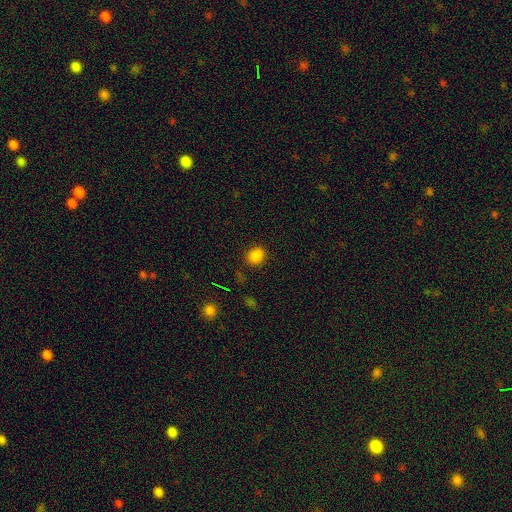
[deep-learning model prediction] Q: Smooth or featured?
A: smooth (81%); runner-up: star or artifact (15%)
Q: How rounded?
A: round (56%); runner-up: in between (43%)
Q: Merging?
A: none (84%); runner-up: minor disturbance (11%)